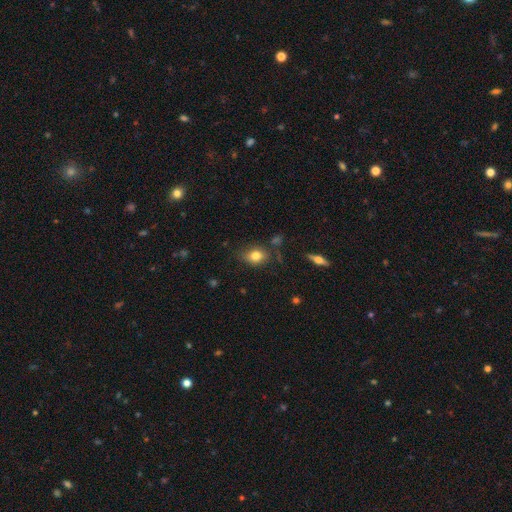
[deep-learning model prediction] Smooth or featured: smooth — 79% (featured or disk — 11%)
How rounded: in between — 66% (round — 33%)
Merging: none — 73% (minor disturbance — 18%)